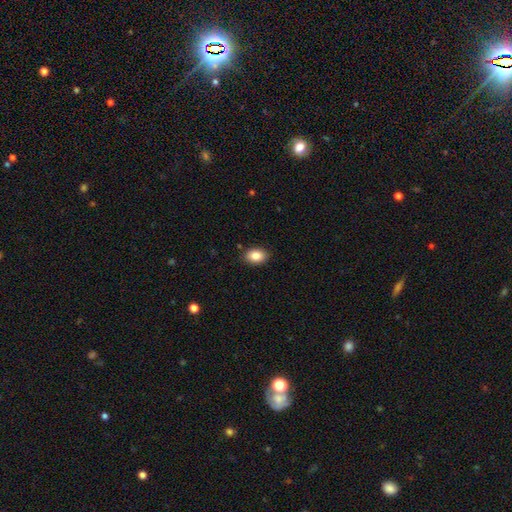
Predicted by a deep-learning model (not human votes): The model was most divided on "how rounded": in between: 81%, round: 18%, cigar-shaped: 1%. More confident: merging — none (88%); smooth or featured — smooth (86%).